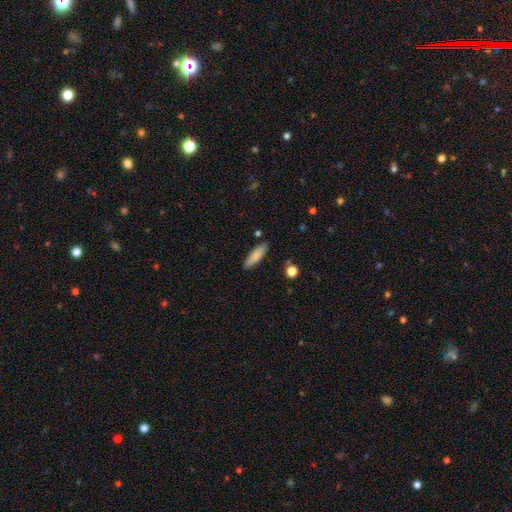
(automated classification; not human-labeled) A smooth galaxy with no disk features (83%) that is cigar-shaped (53%).

Vote fractions:
- Smooth or featured? smooth: 83% / featured or disk: 10% / star or artifact: 7%
- How rounded? cigar-shaped: 53% / in between: 45% / round: 2%
- Merging? none: 86% / minor disturbance: 10% / merger: 2% / major disturbance: 2%